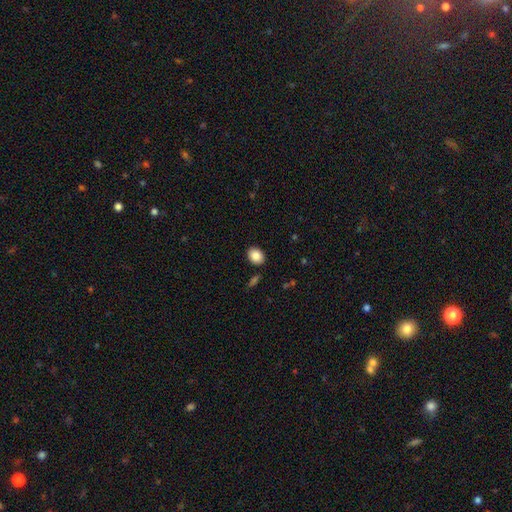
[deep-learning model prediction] Smooth or featured? smooth (86%)
How rounded? in between (62%)
Merging? none (88%)